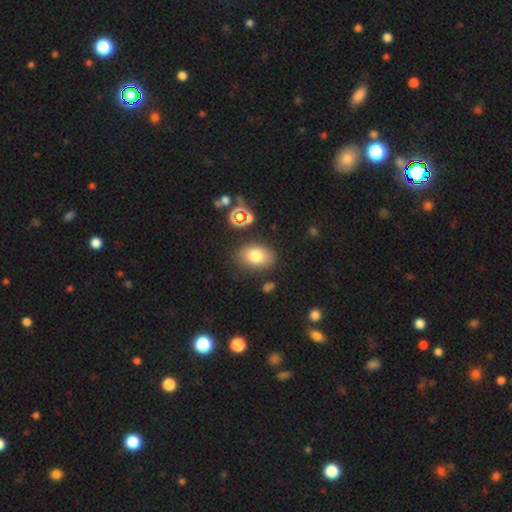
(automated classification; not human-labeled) A smooth galaxy with no disk features (77%) that is in between round and cigar-shaped (77%).

Vote fractions:
- Smooth or featured? smooth: 77% / star or artifact: 12% / featured or disk: 11%
- How rounded? in between: 77% / round: 22% / cigar-shaped: 1%
- Merging? none: 81% / minor disturbance: 12% / major disturbance: 4% / merger: 3%